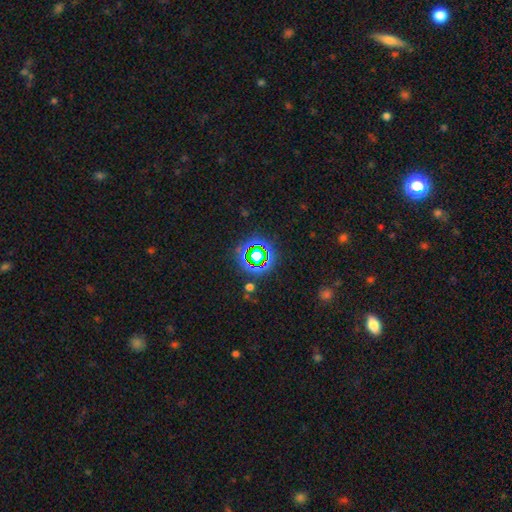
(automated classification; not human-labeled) Smooth or featured?
  - star or artifact: 71% *
  - smooth: 19%
  - featured or disk: 11%